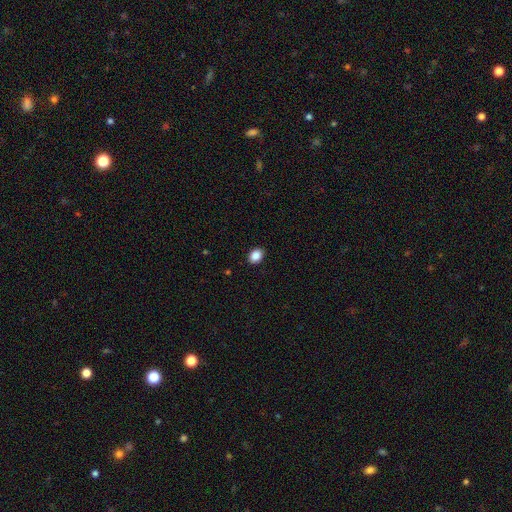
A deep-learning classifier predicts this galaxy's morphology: The model was most divided on "how rounded": in between: 64%, round: 35%, cigar-shaped: 1%. More confident: merging — none (91%); smooth or featured — smooth (88%).